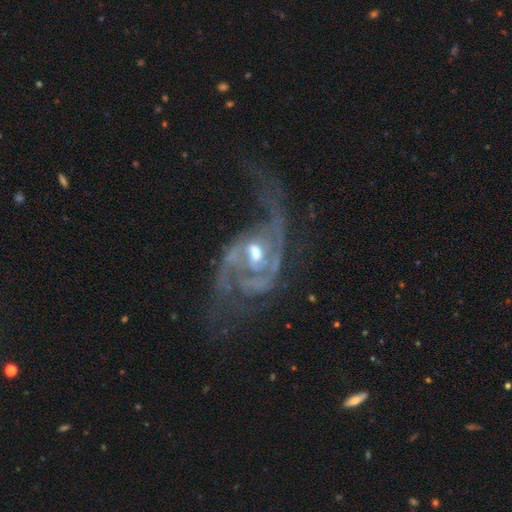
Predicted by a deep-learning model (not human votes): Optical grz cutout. It shows a featured or disk galaxy (89%) with no bar (44%), 2 (70%) medium (43%) spiral arms (95%) and a moderate central bulge (62%). Merging: none (43%).